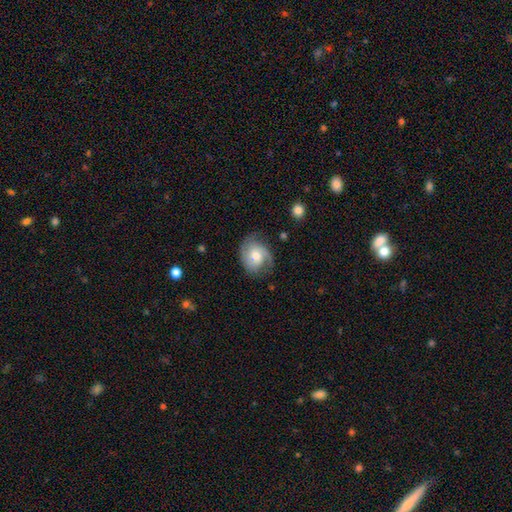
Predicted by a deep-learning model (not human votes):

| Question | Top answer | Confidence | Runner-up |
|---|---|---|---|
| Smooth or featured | featured or disk | 59% | smooth (34%) |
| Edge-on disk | no | 97% | yes (3%) |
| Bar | no | 70% | weak (26%) |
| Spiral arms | yes | 89% | no (11%) |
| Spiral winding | medium | 41% | tight (37%) |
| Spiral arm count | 2 | 54% | 1 (20%) |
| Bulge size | moderate | 62% | small (27%) |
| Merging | none | 63% | minor disturbance (25%) |